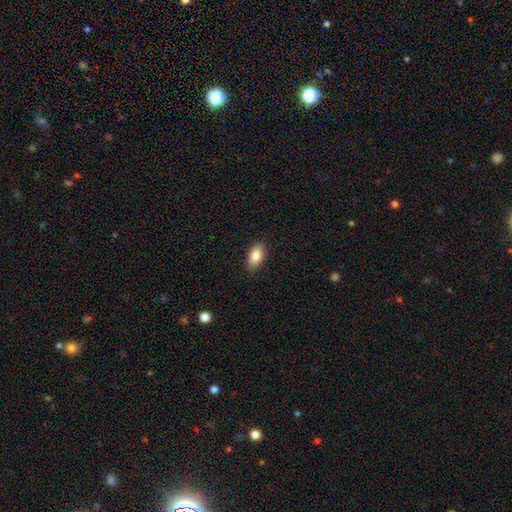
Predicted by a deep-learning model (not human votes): A smooth galaxy with no disk features (85%) that is in between round and cigar-shaped (91%). Merging: none (88%).